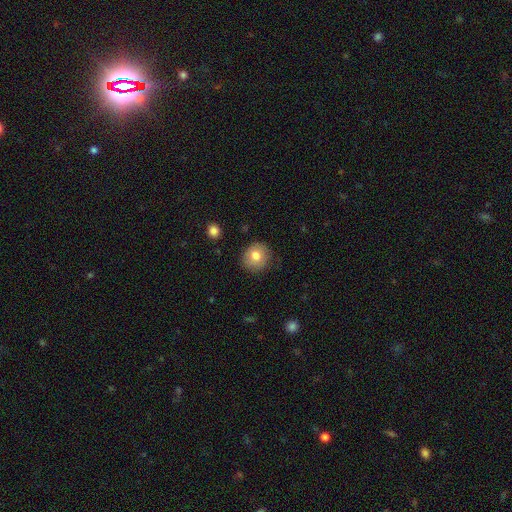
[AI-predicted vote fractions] The model was most divided on "smooth or featured": smooth: 79%, featured or disk: 13%, star or artifact: 9%. More confident: how rounded — round (86%); merging — none (85%).